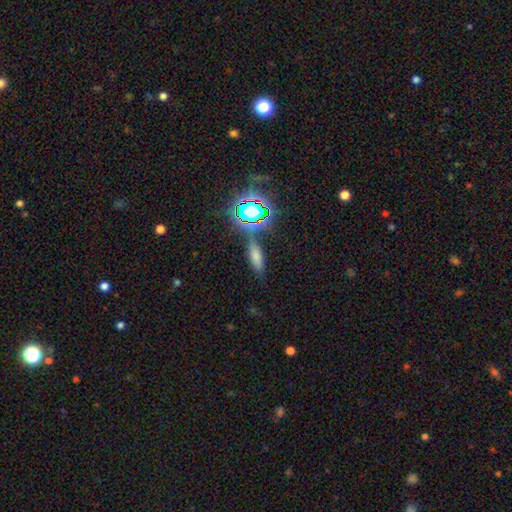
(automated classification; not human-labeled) Q: Smooth or featured?
A: smooth (67%); runner-up: star or artifact (21%)
Q: How rounded?
A: in between (53%); runner-up: cigar-shaped (42%)
Q: Merging?
A: none (77%); runner-up: minor disturbance (12%)